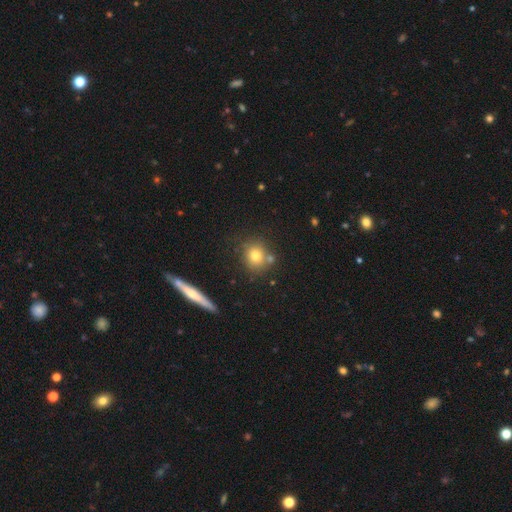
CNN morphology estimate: Smooth or featured: smooth — 74% (featured or disk — 14%)
How rounded: round — 82% (in between — 16%)
Merging: none — 71% (merger — 15%)